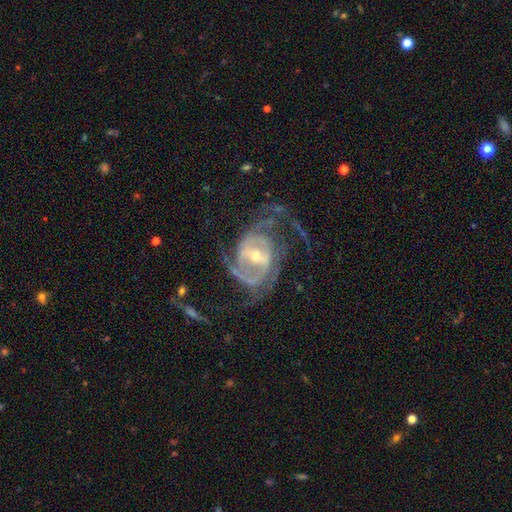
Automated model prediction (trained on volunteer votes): Smooth or featured? Predicted: featured or disk (p=0.90). Edge-on disk? Predicted: no (p=0.97). Bar? Predicted: weak (p=0.44). Spiral arms? Predicted: yes (p=0.96). Spiral winding? Predicted: medium (p=0.48). Spiral arm count? Predicted: 2 (p=0.48). Bulge size? Predicted: small (p=0.55). Merging? Predicted: none (p=0.52).